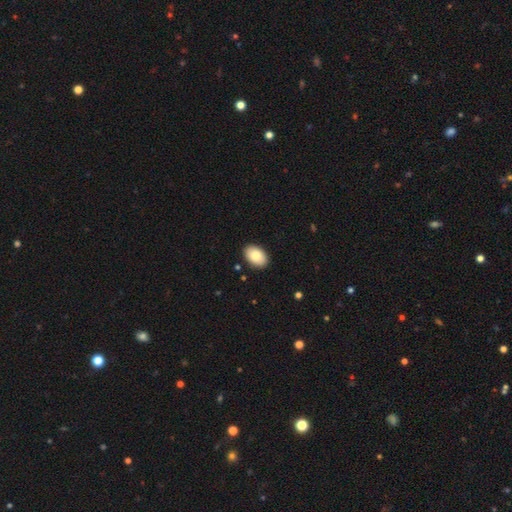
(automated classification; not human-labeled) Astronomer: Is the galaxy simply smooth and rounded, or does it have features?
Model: smooth — 83%.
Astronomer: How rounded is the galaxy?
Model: in between — 89%.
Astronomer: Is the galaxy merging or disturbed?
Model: none — 90%.